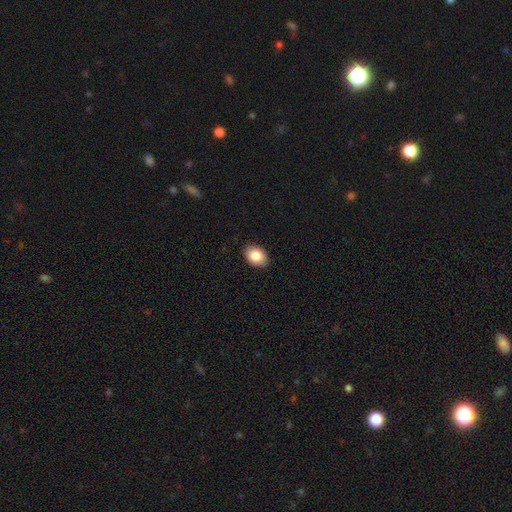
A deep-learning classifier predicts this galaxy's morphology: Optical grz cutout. It shows a smooth galaxy with no disk features (86%) that is in between round and cigar-shaped (77%). Merging: none (88%).